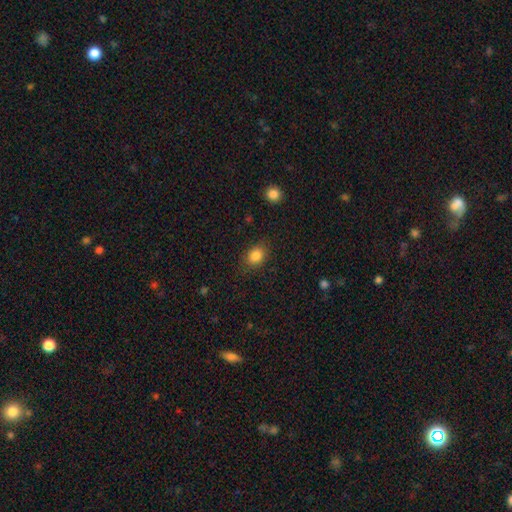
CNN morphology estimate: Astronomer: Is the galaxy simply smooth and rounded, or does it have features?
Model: smooth — 85%.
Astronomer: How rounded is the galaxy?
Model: in between — 53% (runner-up: round, 46%).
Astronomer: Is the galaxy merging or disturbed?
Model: none — 82%.